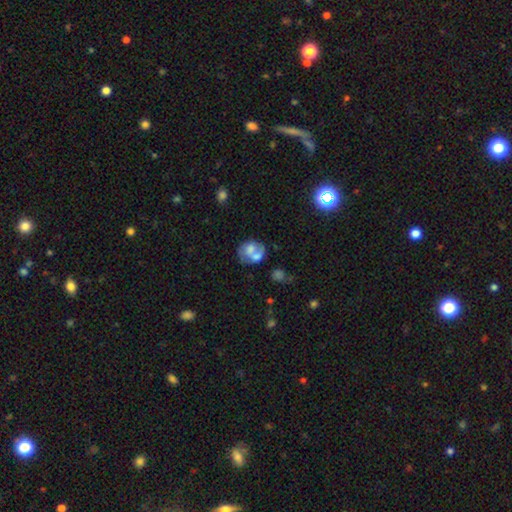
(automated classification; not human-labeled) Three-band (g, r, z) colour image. It shows a smooth galaxy with no disk features (48%). Merging: merger (47%).